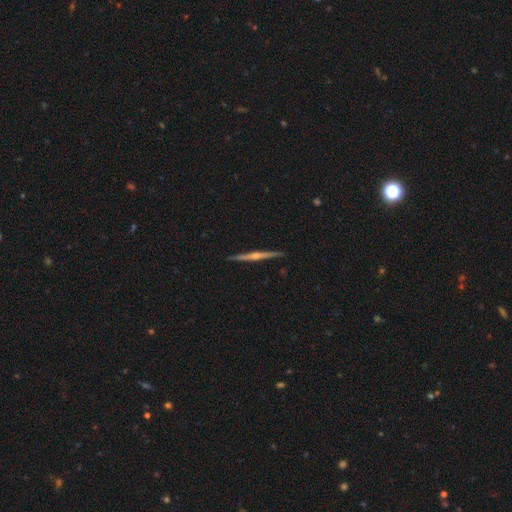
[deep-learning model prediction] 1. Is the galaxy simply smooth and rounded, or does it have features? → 81% featured or disk, 13% smooth, 6% star or artifact.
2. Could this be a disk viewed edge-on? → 98% yes, 2% no.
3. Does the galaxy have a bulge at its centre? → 80% rounded, 13% none, 7% boxy.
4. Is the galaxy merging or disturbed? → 92% none, 5% minor disturbance, 1% major disturbance, 1% merger.